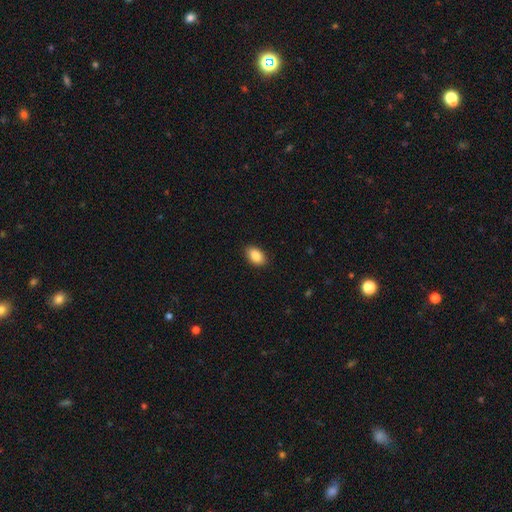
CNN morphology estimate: Smooth or featured? smooth (88%)
How rounded? in between (91%)
Merging? none (89%)